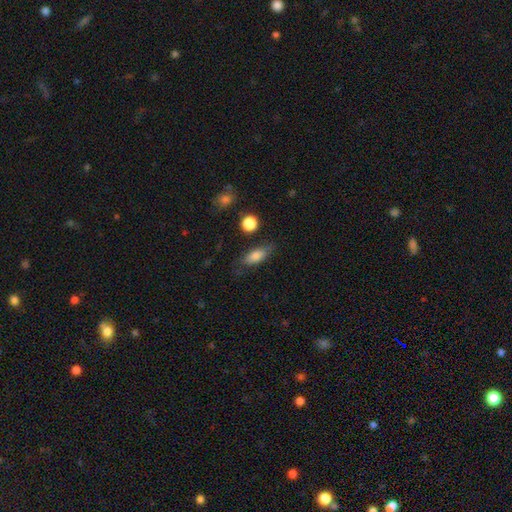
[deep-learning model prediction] This appears to be a smooth galaxy with no disk features (77%) that is in between round and cigar-shaped (73%). Merging: none (73%).